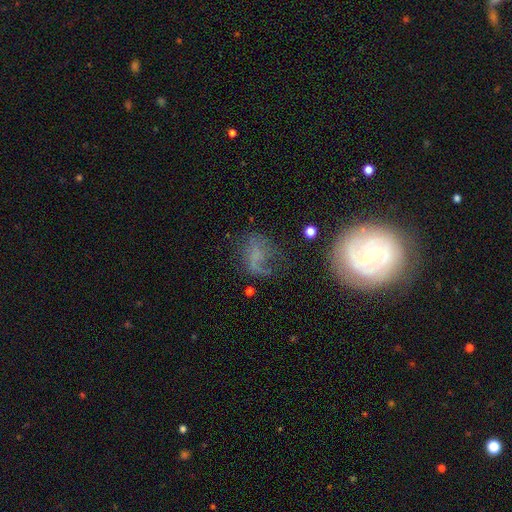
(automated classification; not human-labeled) smooth-or-featured: featured or disk: 42% | smooth: 39% | star or artifact: 19%
  merging: major disturbance: 36% (tied) | none: 36% (tied) | minor disturbance: 22% | merger: 6%